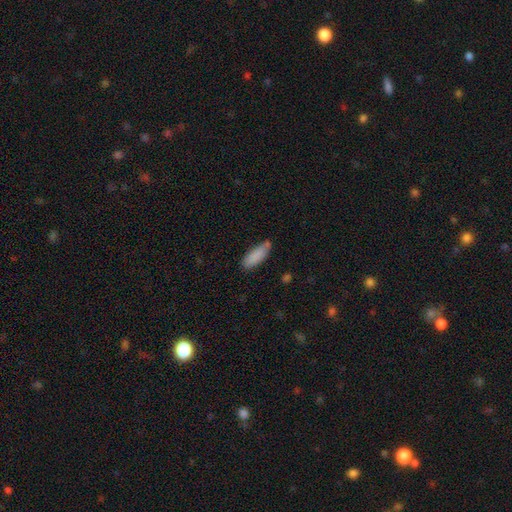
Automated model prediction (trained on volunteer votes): This appears to be a smooth galaxy with no disk features (87%) that is in between round and cigar-shaped (59%). Merging: none (67%).